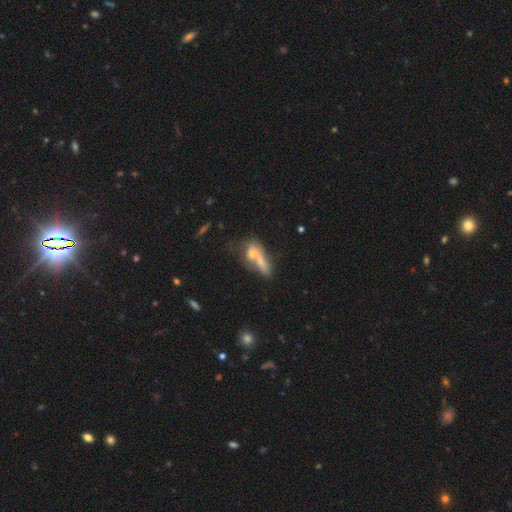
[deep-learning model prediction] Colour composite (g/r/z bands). It shows a smooth galaxy with no disk features (59%) that is in between round and cigar-shaped (49%). Merging: merger (49%).